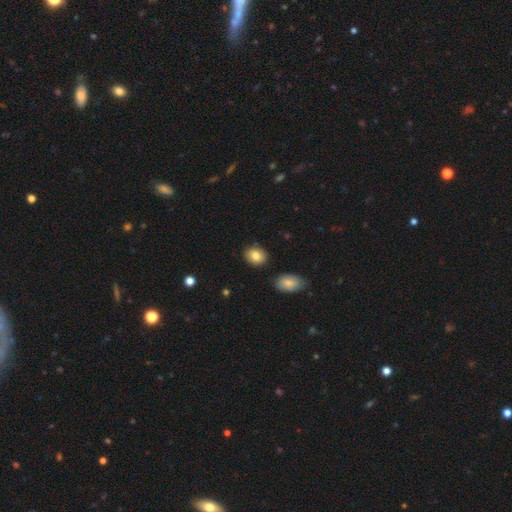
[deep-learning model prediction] A smooth galaxy with no disk features (84%) that is round (51%).

Vote fractions:
- Smooth or featured? smooth: 84% / featured or disk: 8% / star or artifact: 8%
- How rounded? round: 51% / in between: 48% / cigar-shaped: 1%
- Merging? none: 85% / minor disturbance: 10% / merger: 3% / major disturbance: 2%